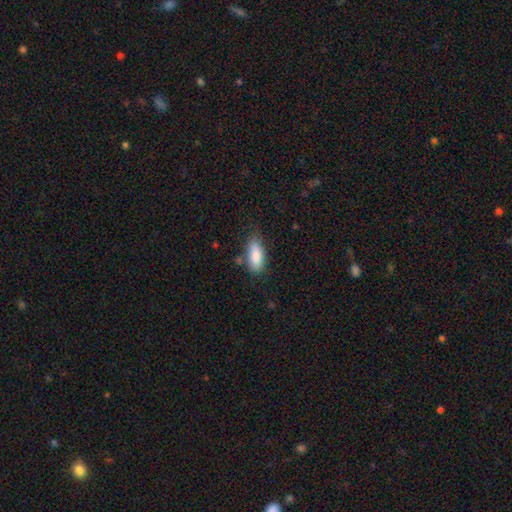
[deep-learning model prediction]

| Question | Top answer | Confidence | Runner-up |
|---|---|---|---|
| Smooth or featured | smooth | 86% | featured or disk (8%) |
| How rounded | in between | 85% | cigar-shaped (12%) |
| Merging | none | 66% | minor disturbance (24%) |